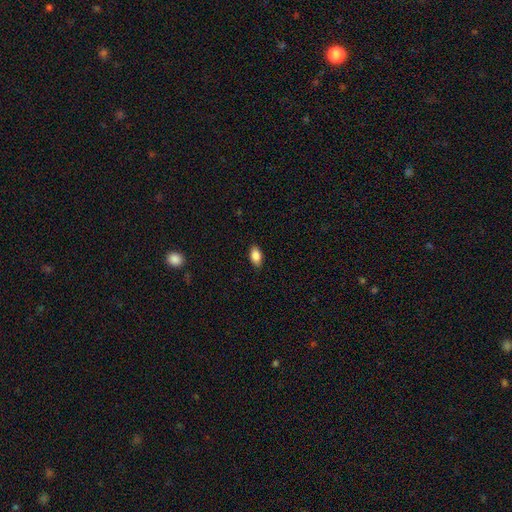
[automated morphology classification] This is clearly a smooth galaxy (85%). How rounded: clearly in between (91%). Merging: clearly none (87%).